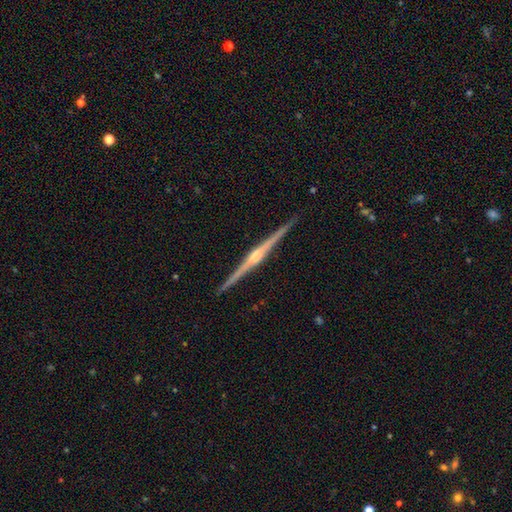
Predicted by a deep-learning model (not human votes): This is clearly a featured or disk galaxy (90%). It is clearly viewed edge-on (99%). Edge-on bulge: clearly rounded (85%). Merging: clearly none (93%).